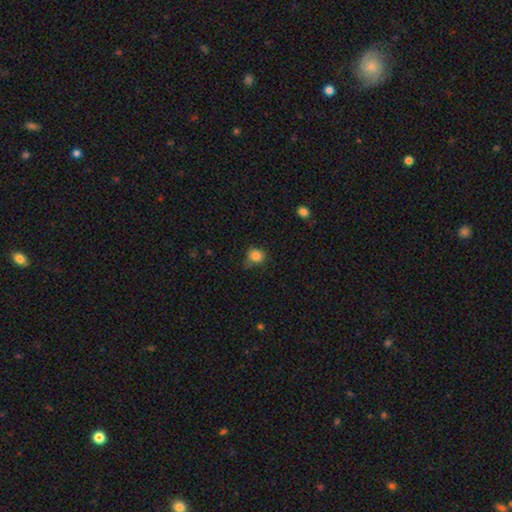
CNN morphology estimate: This appears to be a smooth galaxy with no disk features (84%) that is round (81%). Merging: none (62%).